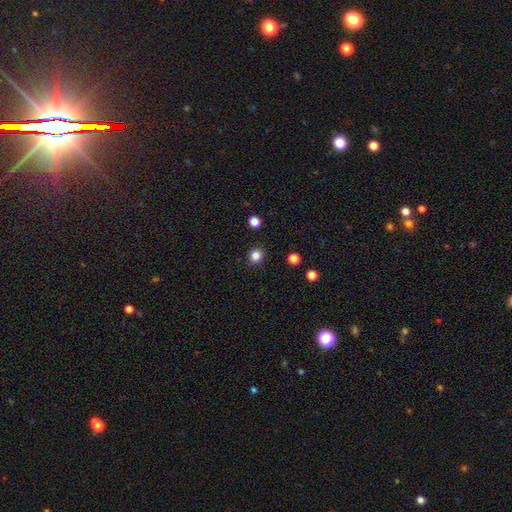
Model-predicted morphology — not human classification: Overall: smooth (84%). How rounded: round (86%). Merging: none (90%).